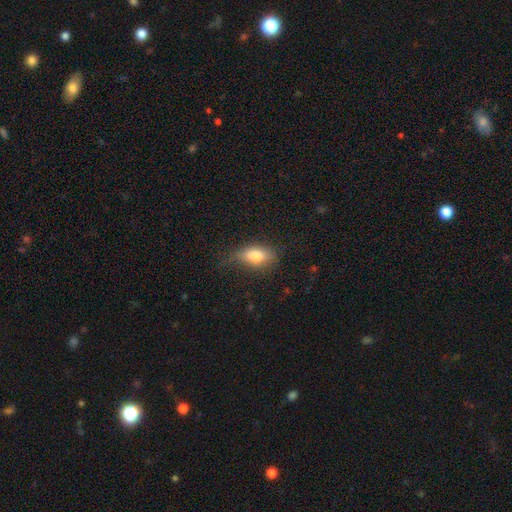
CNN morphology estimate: Smooth or featured? smooth (74%)
How rounded? in between (83%)
Merging? none (60%)